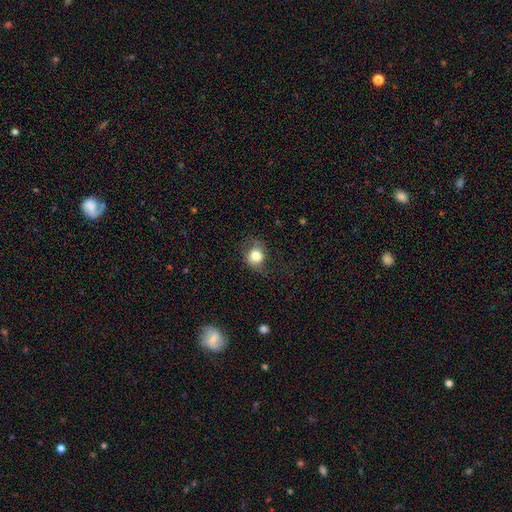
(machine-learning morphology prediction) Smooth or featured? Predicted: smooth (p=0.78). How rounded? Predicted: round (p=0.74). Merging? Predicted: none (p=0.66).